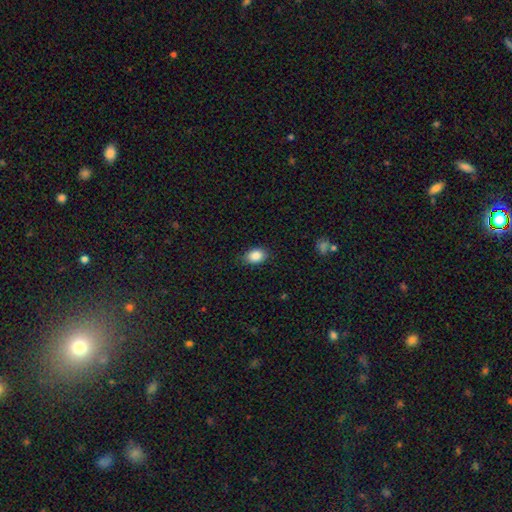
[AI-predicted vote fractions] This appears to be a smooth galaxy with no disk features (87%) that is in between round and cigar-shaped (77%). Merging: none (83%).